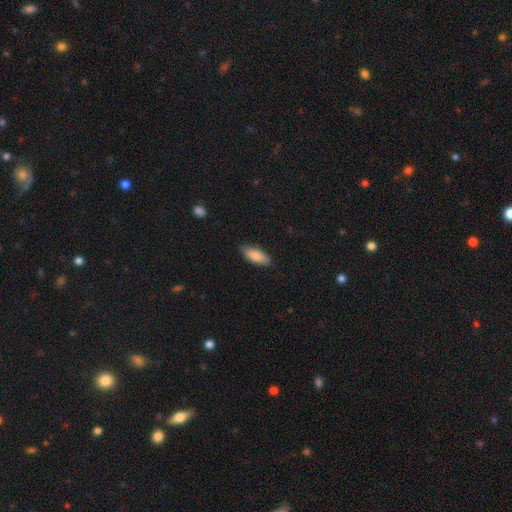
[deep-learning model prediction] This appears to be a smooth galaxy with no disk features (83%) that is in between round and cigar-shaped (78%). Merging: none (83%).